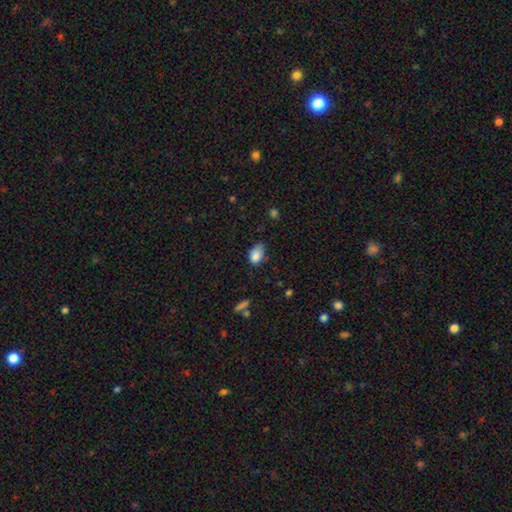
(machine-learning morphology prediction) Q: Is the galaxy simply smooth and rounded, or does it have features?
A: smooth — 84%.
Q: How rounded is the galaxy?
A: in between — 87%.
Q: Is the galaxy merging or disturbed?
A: none — 47%.